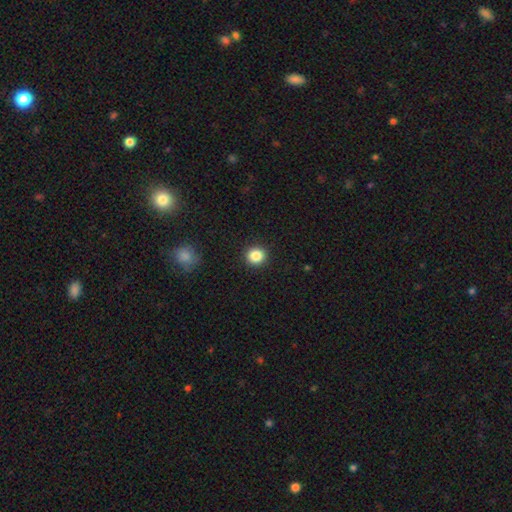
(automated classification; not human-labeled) A smooth galaxy with no disk features (86%) that is round (90%).

Vote fractions:
- Smooth or featured? smooth: 86% / star or artifact: 10% / featured or disk: 4%
- How rounded? round: 90% / in between: 9% / cigar-shaped: 1%
- Merging? none: 91% / minor disturbance: 6% / major disturbance: 2% / merger: 1%